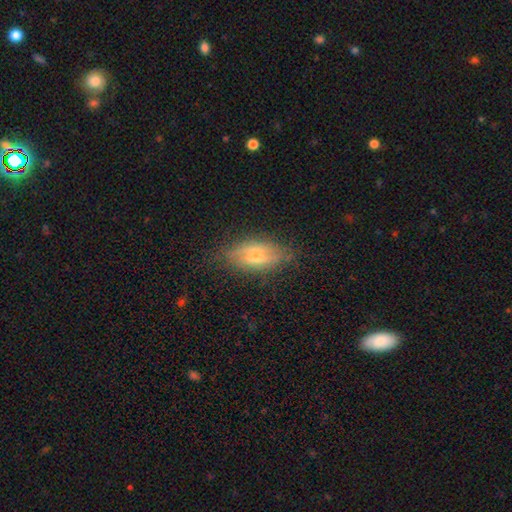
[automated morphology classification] Q: Smooth or featured?
A: featured or disk (55%); runner-up: smooth (36%)
Q: Edge-on disk?
A: yes (75%); runner-up: no (25%)
Q: Merging?
A: none (78%); runner-up: minor disturbance (16%)